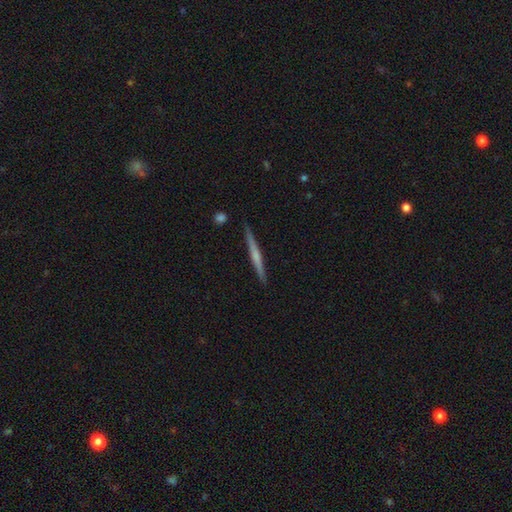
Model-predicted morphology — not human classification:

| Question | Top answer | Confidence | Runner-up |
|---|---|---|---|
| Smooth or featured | featured or disk | 58% | smooth (37%) |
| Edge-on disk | yes | 98% | no (2%) |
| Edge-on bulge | none | 49% | rounded (40%) |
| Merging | none | 91% | minor disturbance (7%) |